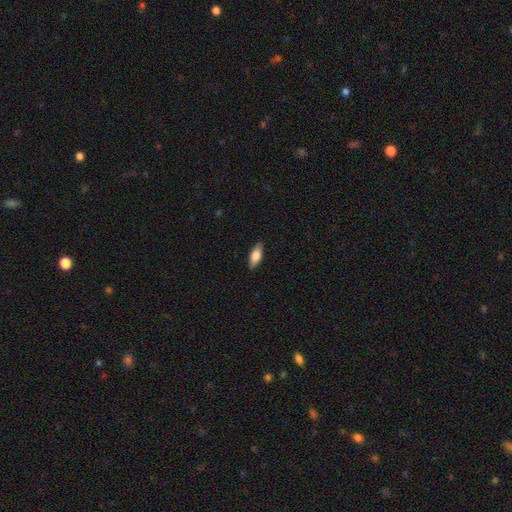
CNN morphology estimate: The model was most divided on "how rounded": in between: 77%, cigar-shaped: 21%, round: 2%. More confident: merging — none (86%); smooth or featured — smooth (79%).